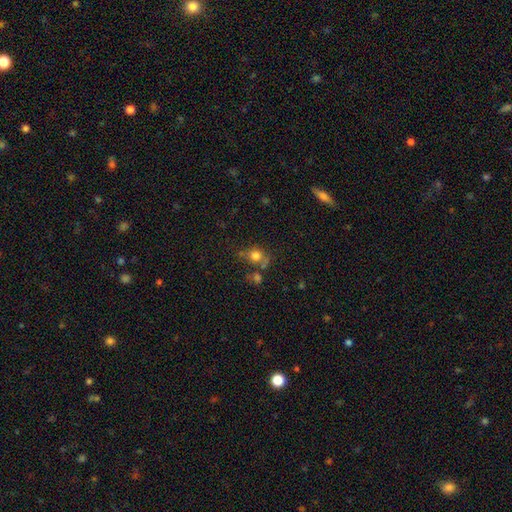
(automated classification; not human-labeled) Smooth or featured? smooth (74%)
How rounded? round (75%)
Merging? none (49%)